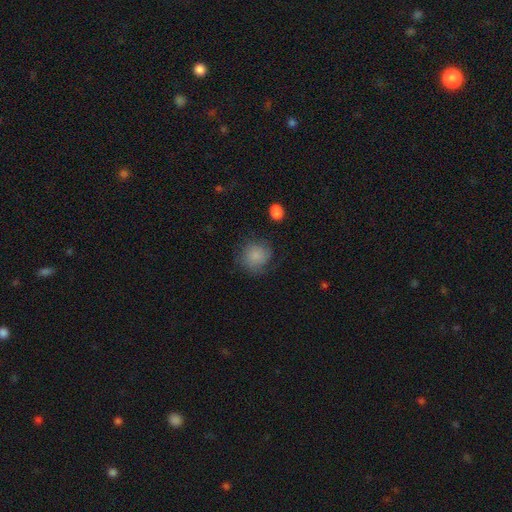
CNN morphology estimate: Smooth or featured?
  - smooth: 80% *
  - featured or disk: 12%
  - star or artifact: 8%
How rounded?
  - round: 87% *
  - in between: 12%
  - cigar-shaped: 1%
Merging?
  - none: 69% *
  - minor disturbance: 20%
  - major disturbance: 9%
  - merger: 2%